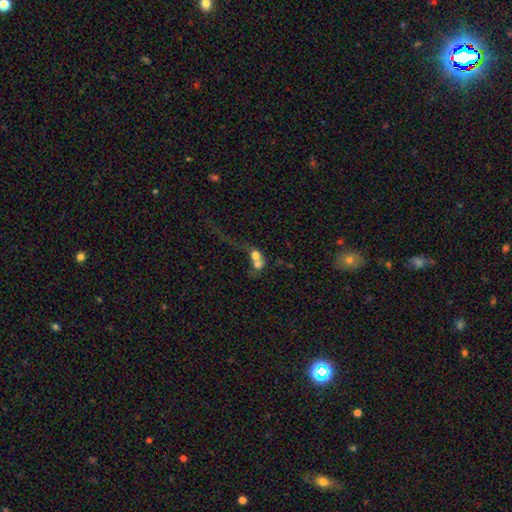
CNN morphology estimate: Q: Smooth or featured?
A: smooth (59%); runner-up: featured or disk (28%)
Q: How rounded?
A: round (56%); runner-up: in between (41%)
Q: Merging?
A: merger (72%); runner-up: major disturbance (13%)